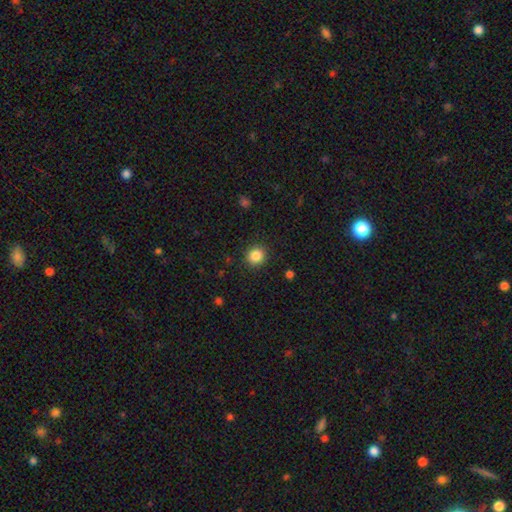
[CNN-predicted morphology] This is clearly a smooth galaxy (85%). How rounded: clearly round (91%). Merging: clearly none (91%).